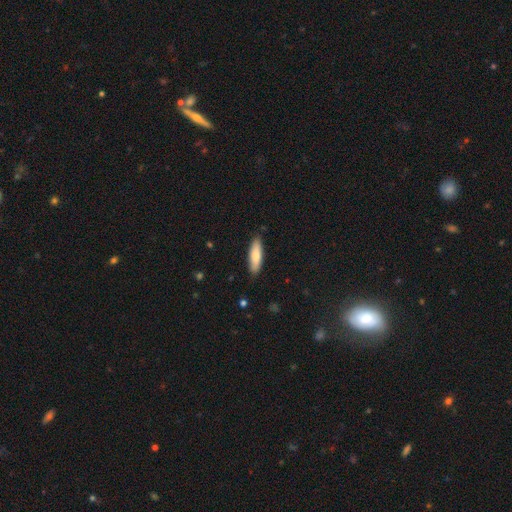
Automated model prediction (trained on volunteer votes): Smooth or featured: smooth — 80% (featured or disk — 15%)
How rounded: cigar-shaped — 52% (in between — 47%)
Merging: none — 86% (minor disturbance — 11%)